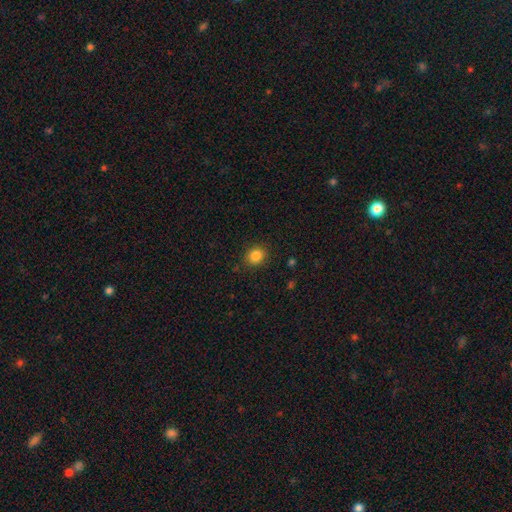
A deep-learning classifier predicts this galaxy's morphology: smooth_or_featured: smooth (p=0.85) [alt: star or artifact p=0.11]
how_rounded: round (p=0.78) [alt: in between p=0.21]
merging: none (p=0.88) [alt: minor disturbance p=0.09]